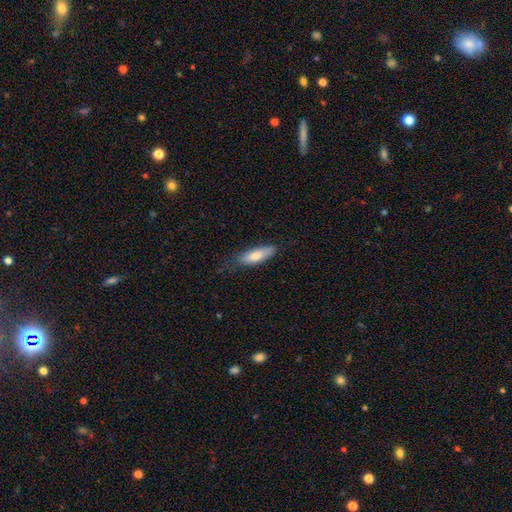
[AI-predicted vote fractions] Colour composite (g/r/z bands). It shows a smooth galaxy with no disk features (77%) that is in between round and cigar-shaped (55%). Merging: none (67%).